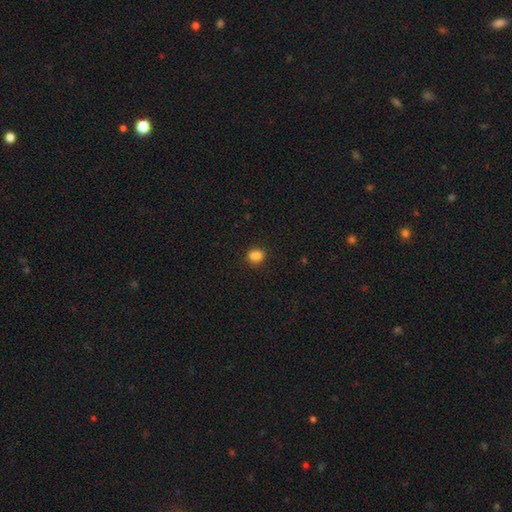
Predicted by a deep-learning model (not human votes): A smooth galaxy with no disk features (82%) that is round (52%).

Vote fractions:
- Smooth or featured? smooth: 82% / star or artifact: 11% / featured or disk: 7%
- How rounded? round: 52% / in between: 46% / cigar-shaped: 2%
- Merging? none: 66% / merger: 16% / minor disturbance: 14% / major disturbance: 4%